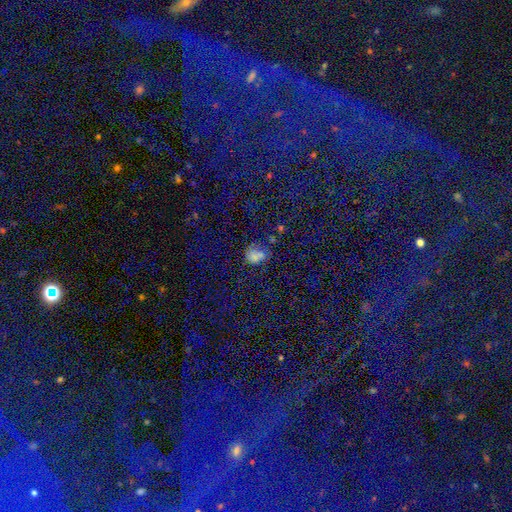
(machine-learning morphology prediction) Smooth or featured? smooth (65%)
How rounded? round (55%)
Merging? none (50%)